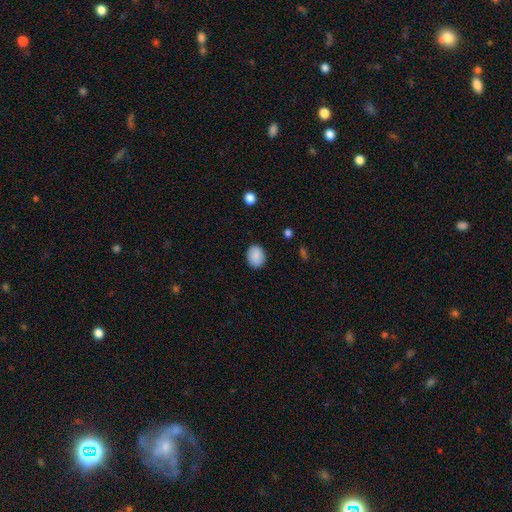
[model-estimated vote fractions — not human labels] Smooth or featured: smooth — 89% (star or artifact — 7%)
How rounded: in between — 61% (round — 38%)
Merging: none — 86% (minor disturbance — 10%)